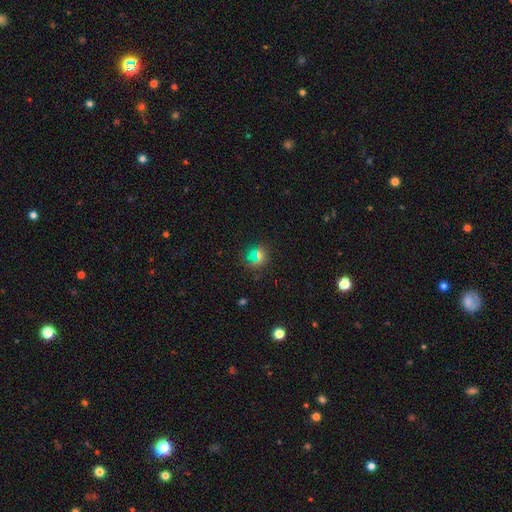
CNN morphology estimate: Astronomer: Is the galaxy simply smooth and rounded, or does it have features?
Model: smooth — 57% (runner-up: star or artifact, 33%).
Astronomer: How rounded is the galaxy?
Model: round — 87%.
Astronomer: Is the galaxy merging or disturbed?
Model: none — 82%.